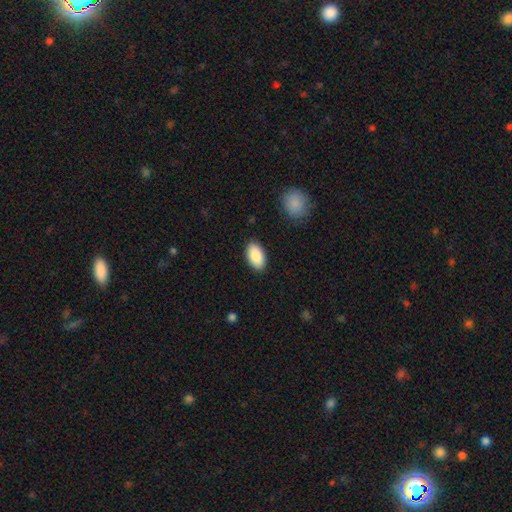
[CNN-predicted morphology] smooth-or-featured: smooth: 88% | star or artifact: 6% | featured or disk: 5%
  how-rounded: in between: 94% | round: 3% | cigar-shaped: 2%
  merging: none: 88% | minor disturbance: 9% | major disturbance: 2% | merger: 1%